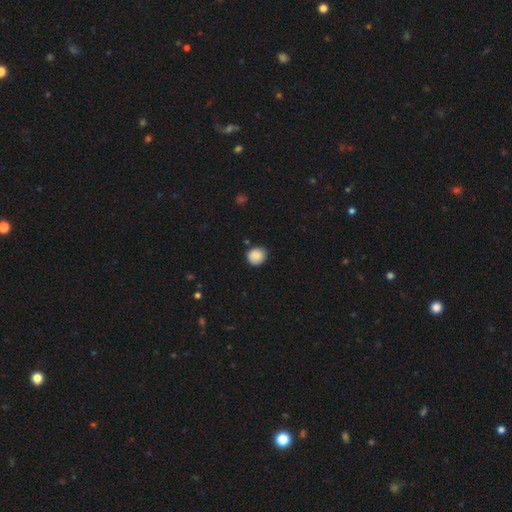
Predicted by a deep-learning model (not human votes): smooth-or-featured: smooth: 87% | star or artifact: 8% | featured or disk: 5%
  how-rounded: round: 83% | in between: 17% | cigar-shaped: 1%
  merging: none: 84% | minor disturbance: 12% | major disturbance: 2% | merger: 2%